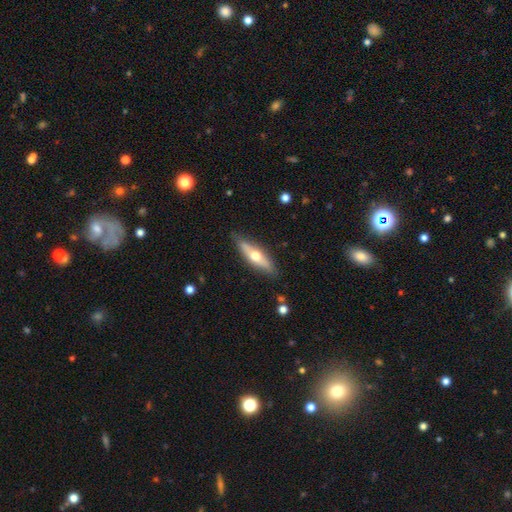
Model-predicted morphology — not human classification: Q: Smooth or featured?
A: featured or disk (51%); runner-up: smooth (44%)
Q: Edge-on disk?
A: yes (81%); runner-up: no (19%)
Q: Merging?
A: none (84%); runner-up: minor disturbance (12%)